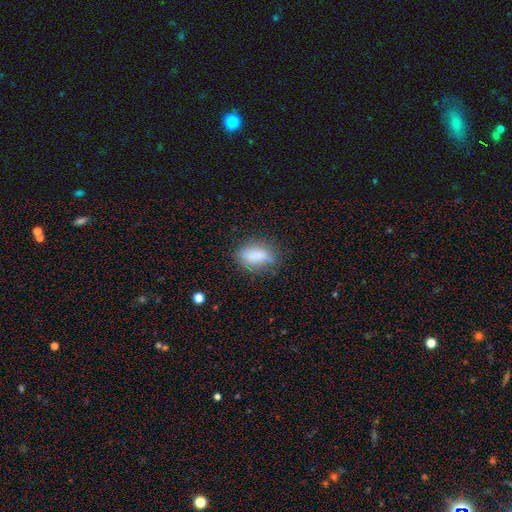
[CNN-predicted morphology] This appears to be a smooth galaxy with no disk features (75%) that is in between round and cigar-shaped (81%). Merging: none (59%).